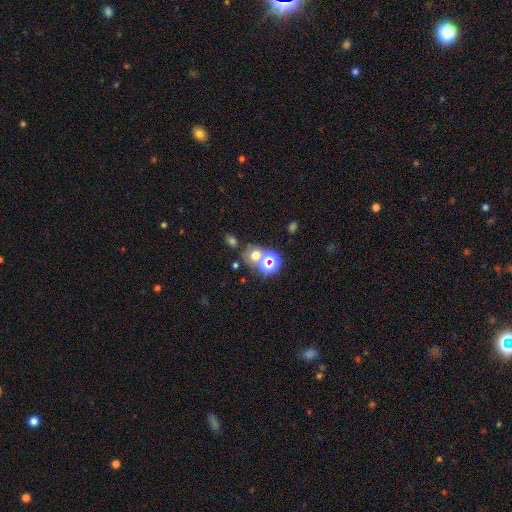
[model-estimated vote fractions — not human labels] Morphology: type=smooth (56%); roundness=round (71%); merging=none (58%).